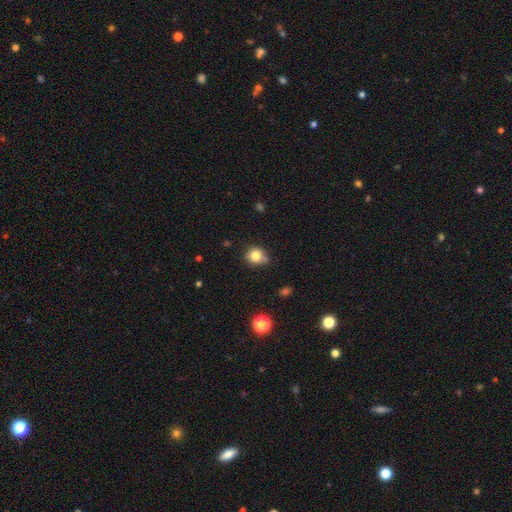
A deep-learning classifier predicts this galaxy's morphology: Smooth or featured? smooth (81%)
How rounded? round (81%)
Merging? none (68%)